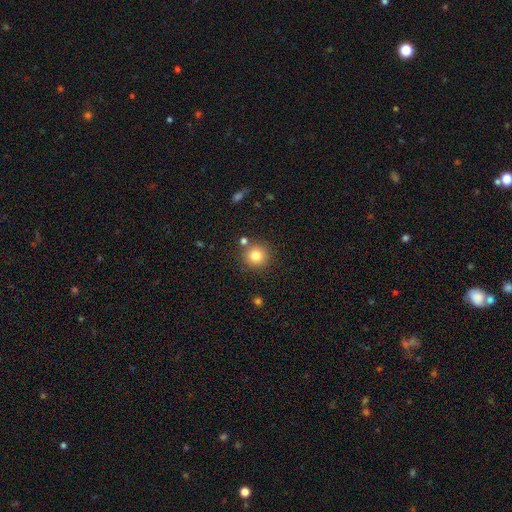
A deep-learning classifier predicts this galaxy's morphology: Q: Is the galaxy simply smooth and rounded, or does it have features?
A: smooth — 81%.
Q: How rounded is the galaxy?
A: round — 93%.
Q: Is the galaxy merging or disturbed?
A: none — 80%.